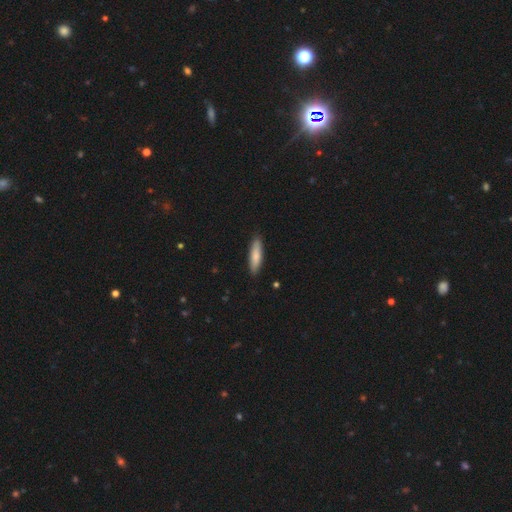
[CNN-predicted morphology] type=smooth (80%); roundness=cigar-shaped (70%); merging=none (88%).